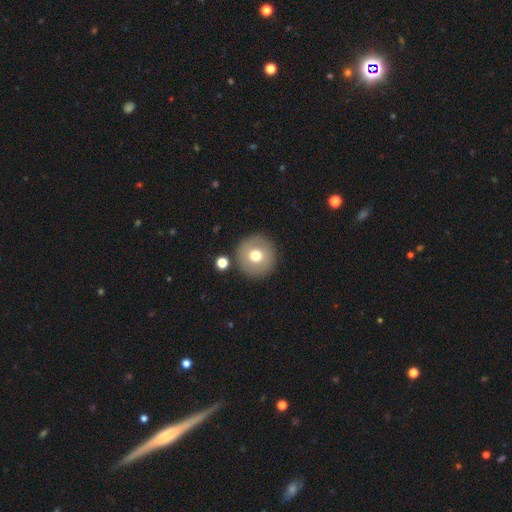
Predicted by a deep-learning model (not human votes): This is likely a smooth galaxy (71%). How rounded: clearly round (96%). Merging: clearly none (88%).